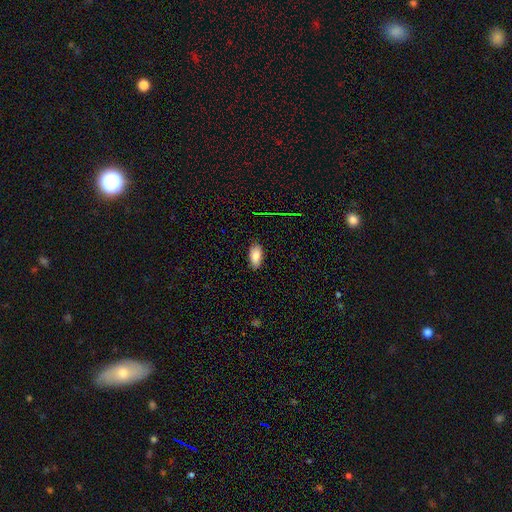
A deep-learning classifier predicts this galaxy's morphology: smooth 83%, featured or disk 9%, star or artifact 8%. Down the decision tree: how rounded — in between (90%); merging — none (85%).